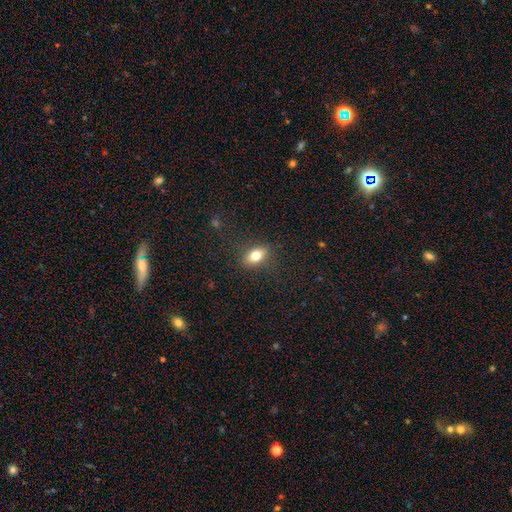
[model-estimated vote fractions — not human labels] smooth 77%, featured or disk 14%, star or artifact 9%. Down the decision tree: how rounded — in between (83%); merging — none (86%).